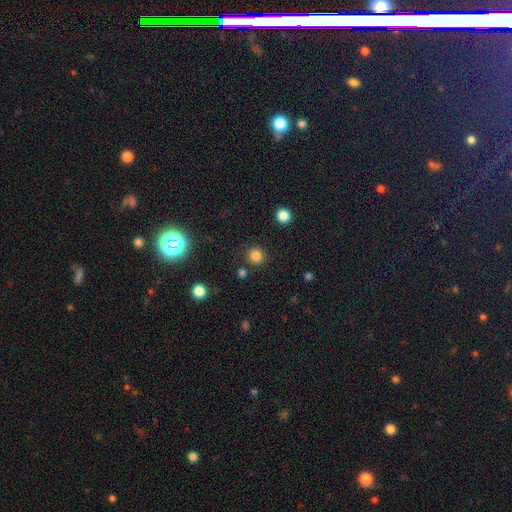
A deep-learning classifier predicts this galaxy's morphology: type=smooth (82%); roundness=round (94%); merging=none (88%).